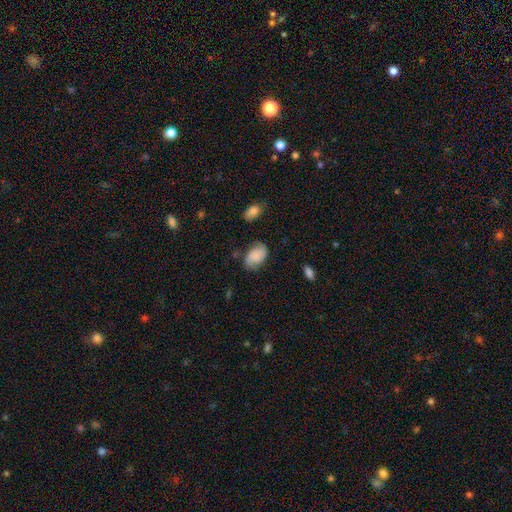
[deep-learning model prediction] Smooth or featured?
  - smooth: 58% *
  - featured or disk: 34%
  - star or artifact: 9%
How rounded?
  - in between: 87% *
  - round: 12%
  - cigar-shaped: 1%
Merging?
  - none: 66% *
  - minor disturbance: 24%
  - major disturbance: 7%
  - merger: 2%